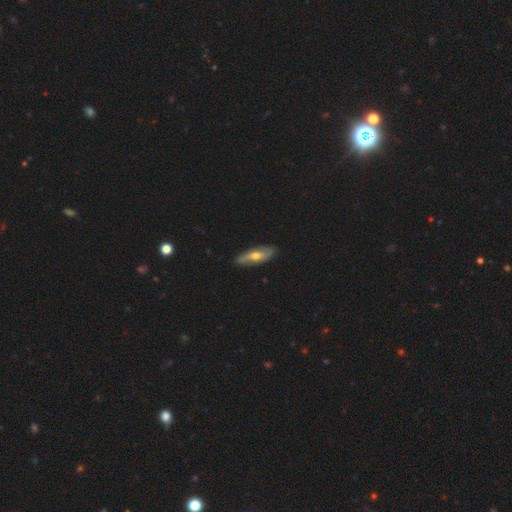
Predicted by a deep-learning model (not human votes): smooth_or_featured: featured or disk (p=0.60) [alt: smooth p=0.34]
disk_edge_on: no (p=0.73) [alt: yes p=0.27]
merging: none (p=0.84) [alt: minor disturbance p=0.13]